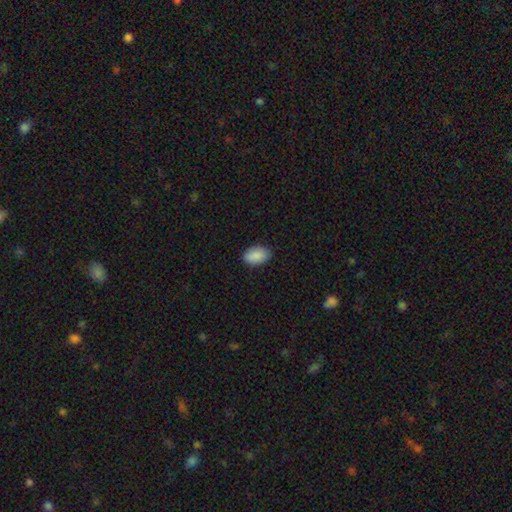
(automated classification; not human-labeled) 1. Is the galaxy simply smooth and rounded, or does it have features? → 89% smooth, 7% star or artifact, 4% featured or disk.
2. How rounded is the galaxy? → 92% in between, 7% round, 1% cigar-shaped.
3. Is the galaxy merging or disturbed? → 83% none, 13% minor disturbance, 2% major disturbance, 1% merger.